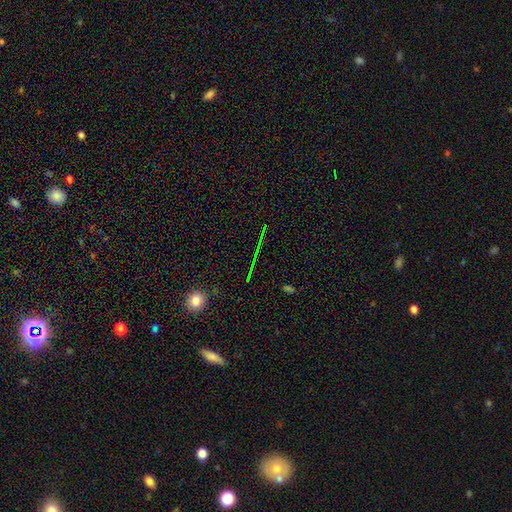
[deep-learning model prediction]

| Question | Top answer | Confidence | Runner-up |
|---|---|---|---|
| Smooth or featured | star or artifact | 73% | smooth (14%) |